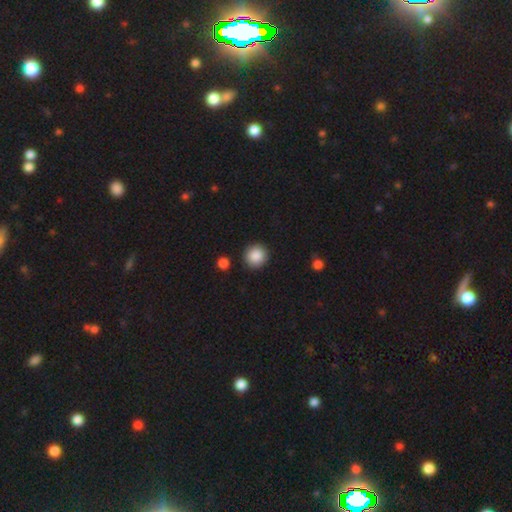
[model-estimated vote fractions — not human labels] Smooth or featured?
  - smooth: 88% *
  - star or artifact: 8%
  - featured or disk: 4%
How rounded?
  - round: 93% *
  - in between: 6%
  - cigar-shaped: 1%
Merging?
  - none: 90% *
  - minor disturbance: 6%
  - merger: 2%
  - major disturbance: 2%